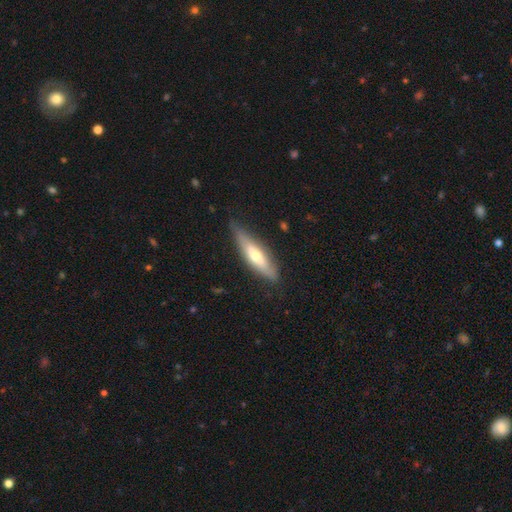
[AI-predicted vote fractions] A smooth galaxy with no disk features (51%) that is cigar-shaped (67%). Merging: none (74%).